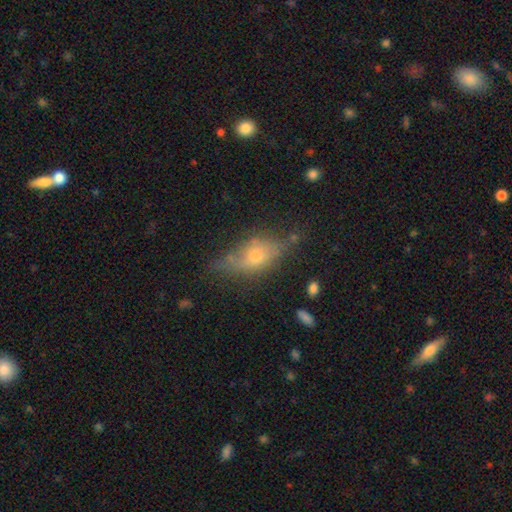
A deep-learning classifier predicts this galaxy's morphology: Smooth or featured? Predicted: featured or disk (p=0.50). Edge-on disk? Predicted: yes (p=0.69). Merging? Predicted: none (p=0.63).